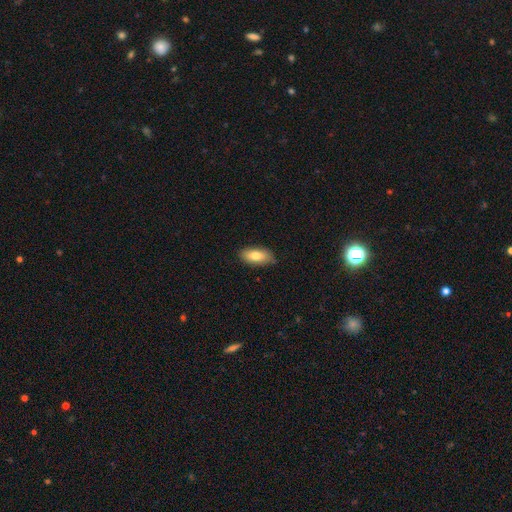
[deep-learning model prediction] smooth_or_featured: smooth (p=0.78) [alt: featured or disk p=0.16]
how_rounded: in between (p=0.88) [alt: cigar-shaped p=0.09]
merging: none (p=0.80) [alt: minor disturbance p=0.16]